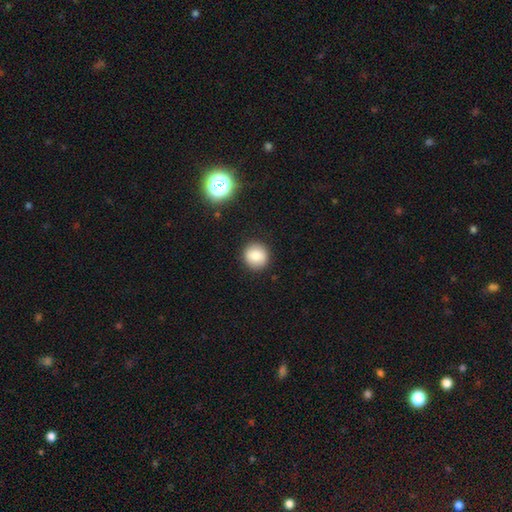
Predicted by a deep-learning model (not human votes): Smooth or featured?
  - smooth: 83% *
  - star or artifact: 10%
  - featured or disk: 7%
How rounded?
  - round: 92% *
  - in between: 7%
  - cigar-shaped: 1%
Merging?
  - none: 90% *
  - minor disturbance: 7%
  - major disturbance: 2%
  - merger: 1%